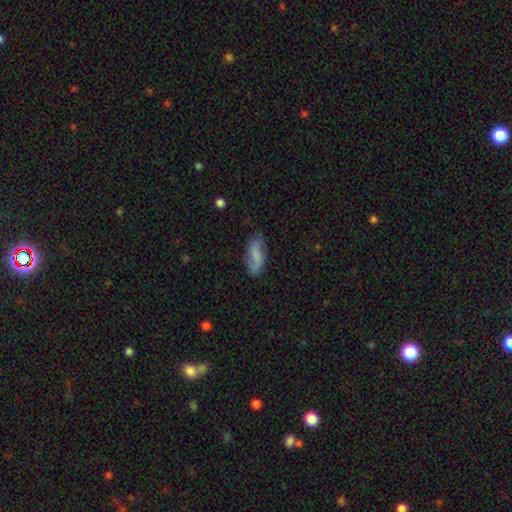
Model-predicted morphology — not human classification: The model was most divided on "smooth or featured": smooth: 62%, featured or disk: 30%, star or artifact: 8%. More confident: how rounded — in between (77%); merging — none (71%).